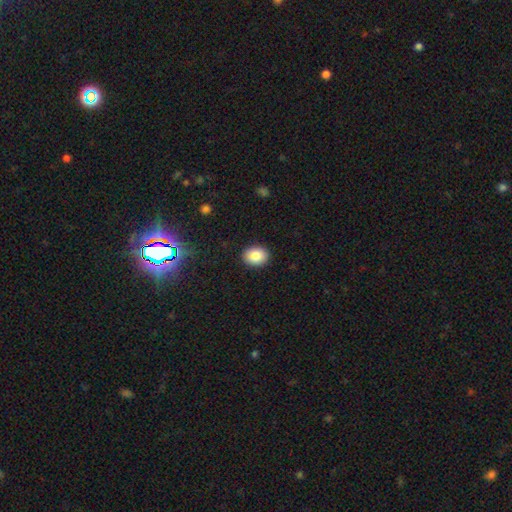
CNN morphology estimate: Smooth or featured: smooth — 87% (star or artifact — 8%)
How rounded: in between — 53% (round — 46%)
Merging: none — 90% (minor disturbance — 7%)